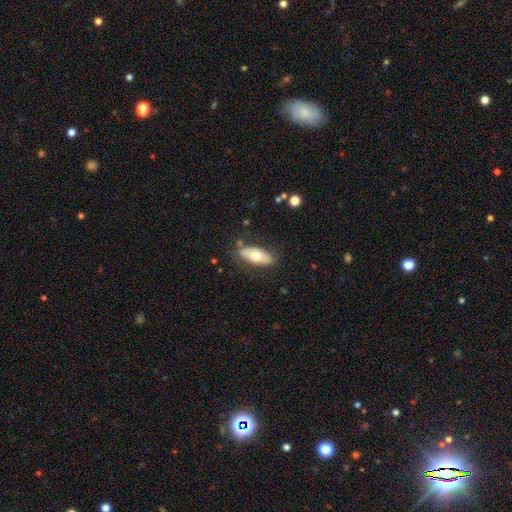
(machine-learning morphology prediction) smooth-or-featured: smooth: 61% | featured or disk: 33% | star or artifact: 6%
  how-rounded: in between: 77% | cigar-shaped: 20% | round: 3%
  merging: none: 80% | minor disturbance: 14% | major disturbance: 3% | merger: 3%